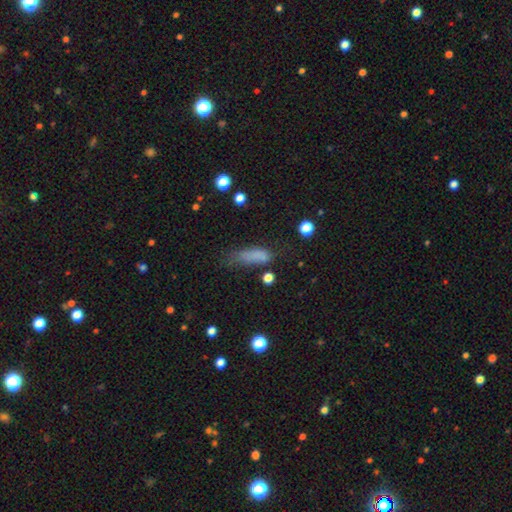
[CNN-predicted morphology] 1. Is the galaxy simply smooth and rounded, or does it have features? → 73% smooth, 14% star or artifact, 13% featured or disk.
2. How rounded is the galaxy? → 54% in between, 42% cigar-shaped, 4% round.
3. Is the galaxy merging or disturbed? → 39% none, 31% minor disturbance, 26% major disturbance, 5% merger.